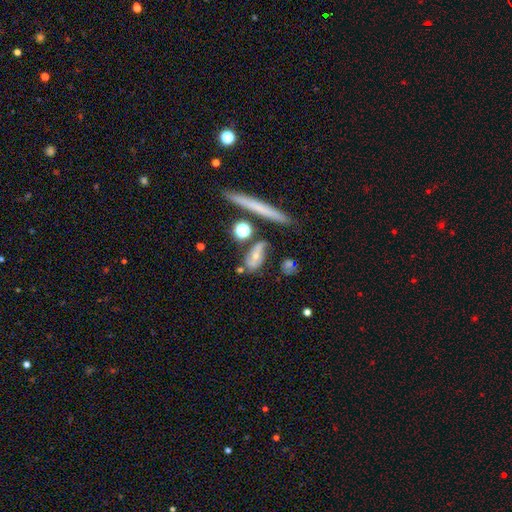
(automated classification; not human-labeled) Smooth or featured? Predicted: featured or disk (p=0.53). Edge-on disk? Predicted: no (p=0.78). Merging? Predicted: none (p=0.62).